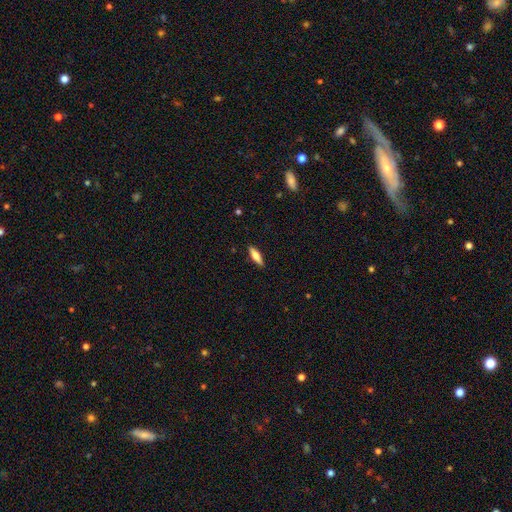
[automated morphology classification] smooth_or_featured: smooth (p=0.64) [alt: featured or disk p=0.30]
how_rounded: cigar-shaped (p=0.58) [alt: in between p=0.40]
merging: none (p=0.89) [alt: minor disturbance p=0.08]